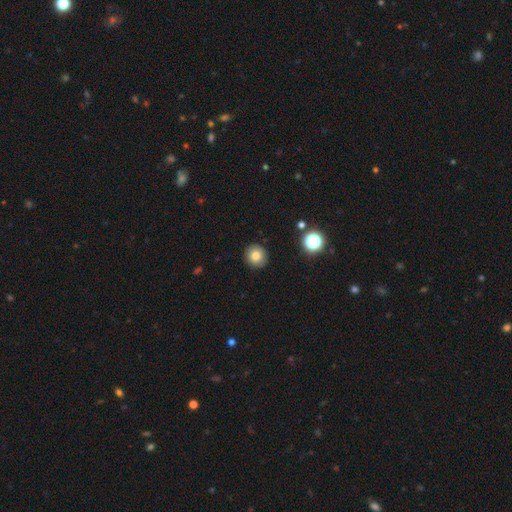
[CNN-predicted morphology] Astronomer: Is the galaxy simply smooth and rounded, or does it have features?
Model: smooth — 80%.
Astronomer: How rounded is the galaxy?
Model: round — 89%.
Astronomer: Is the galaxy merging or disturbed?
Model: none — 89%.